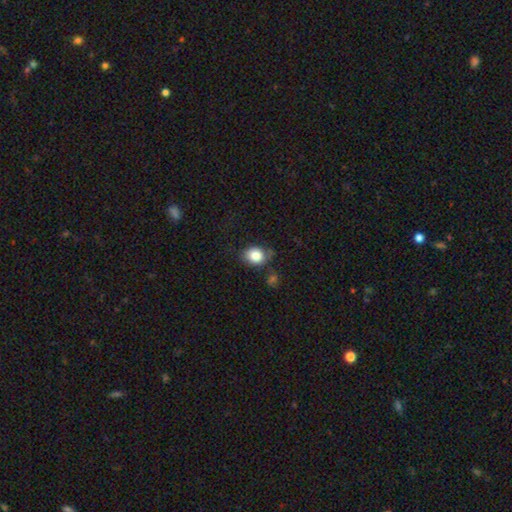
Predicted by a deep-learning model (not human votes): smooth 82%, star or artifact 9%, featured or disk 9%. Down the decision tree: how rounded — round (57%); merging — none (65%).